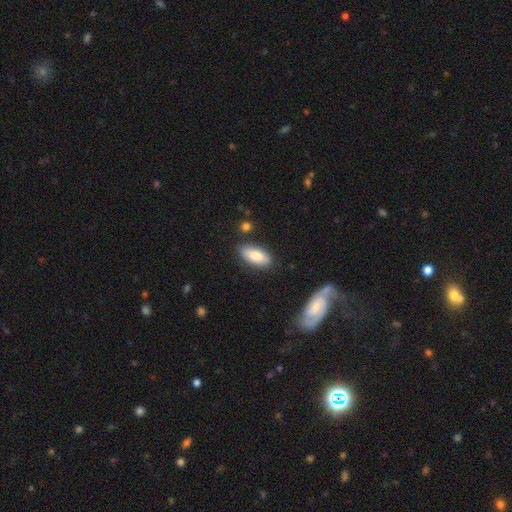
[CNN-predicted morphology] type=smooth (81%); roundness=in between (87%); merging=none (79%).